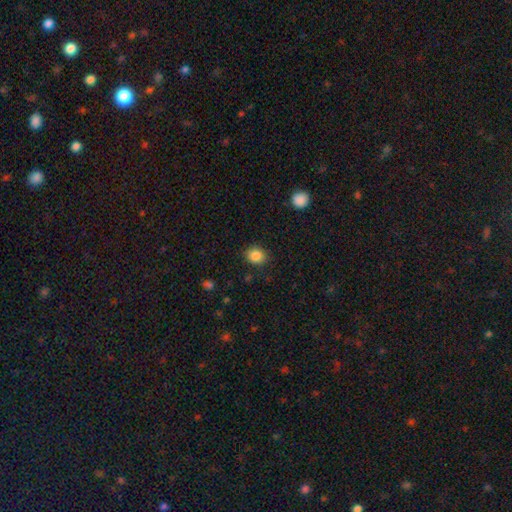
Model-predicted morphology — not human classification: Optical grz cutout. It shows a smooth galaxy with no disk features (86%) that is round (63%). Merging: none (87%).